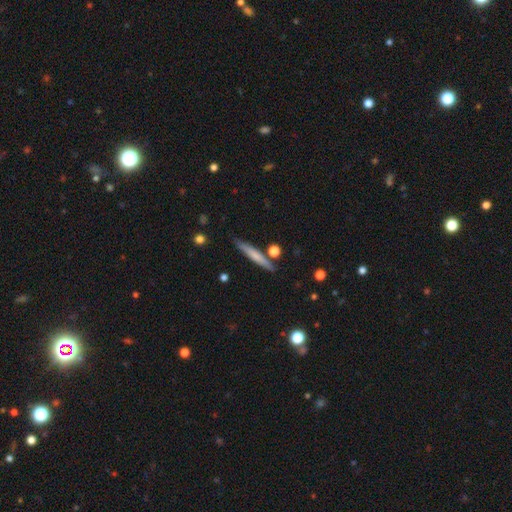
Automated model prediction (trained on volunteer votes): Smooth or featured?
  - smooth: 61% *
  - featured or disk: 33%
  - star or artifact: 6%
How rounded?
  - cigar-shaped: 94% *
  - in between: 4%
  - round: 2%
Merging?
  - none: 83% *
  - minor disturbance: 10%
  - merger: 5%
  - major disturbance: 2%